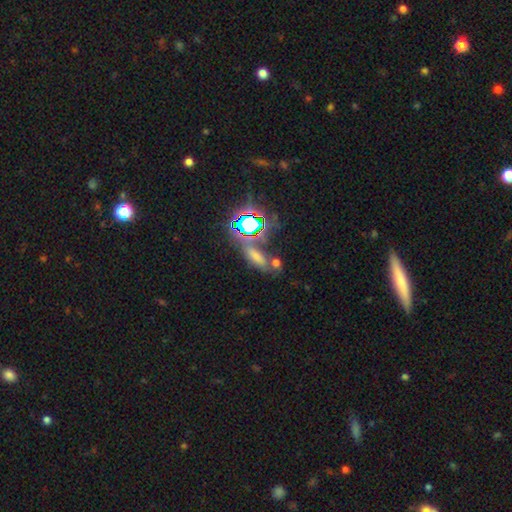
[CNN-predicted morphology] A star or artifact, not a galaxy (48%).